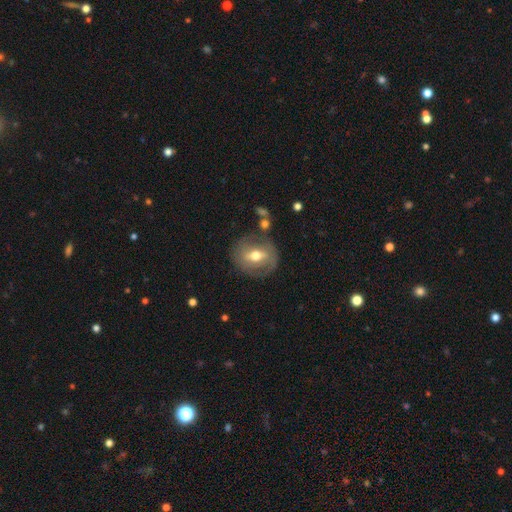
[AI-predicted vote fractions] Smooth or featured: featured or disk — 58% (smooth — 35%)
Edge-on disk: no — 90% (yes — 10%)
Bar: weak — 41% (strong — 39%)
Spiral arms: no — 52% (yes — 48%)
Bulge size: moderate — 76% (small — 14%)
Merging: none — 74% (minor disturbance — 15%)